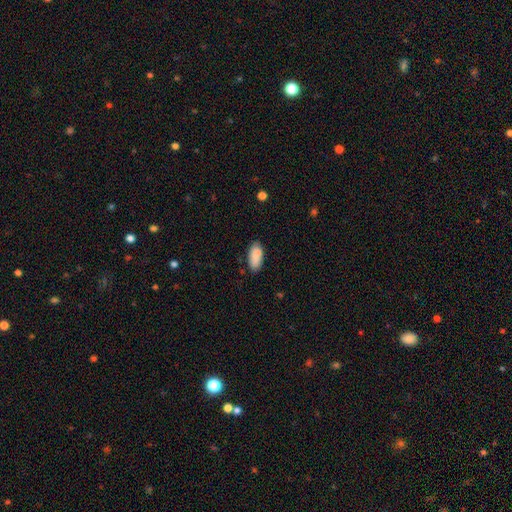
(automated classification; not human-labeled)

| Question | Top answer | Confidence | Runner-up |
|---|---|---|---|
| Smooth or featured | smooth | 85% | featured or disk (8%) |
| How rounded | in between | 89% | cigar-shaped (8%) |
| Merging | none | 76% | minor disturbance (17%) |